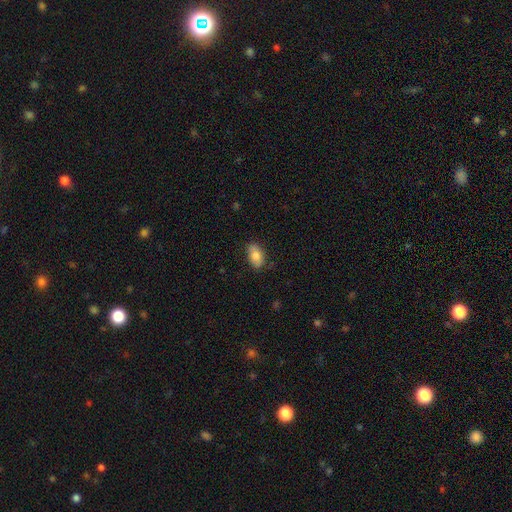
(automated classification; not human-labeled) The model was most divided on "smooth or featured": smooth: 78%, featured or disk: 15%, star or artifact: 7%. More confident: how rounded — in between (91%); merging — none (81%).